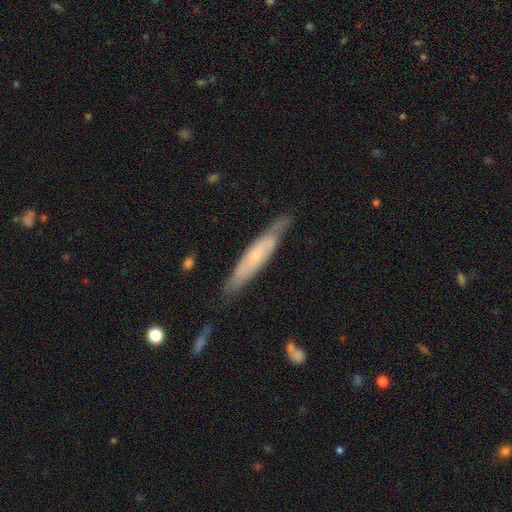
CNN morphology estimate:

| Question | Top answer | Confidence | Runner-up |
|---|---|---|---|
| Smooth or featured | featured or disk | 55% | smooth (39%) |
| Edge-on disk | yes | 62% | no (38%) |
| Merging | none | 72% | minor disturbance (21%) |